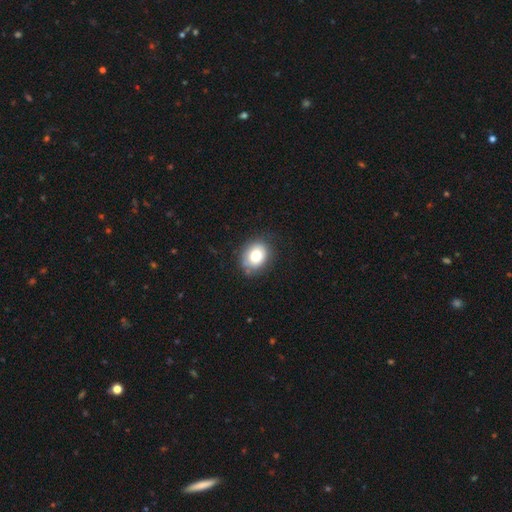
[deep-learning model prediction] This is likely a smooth galaxy (77%). How rounded: possibly round (51%). Merging: likely none (76%).